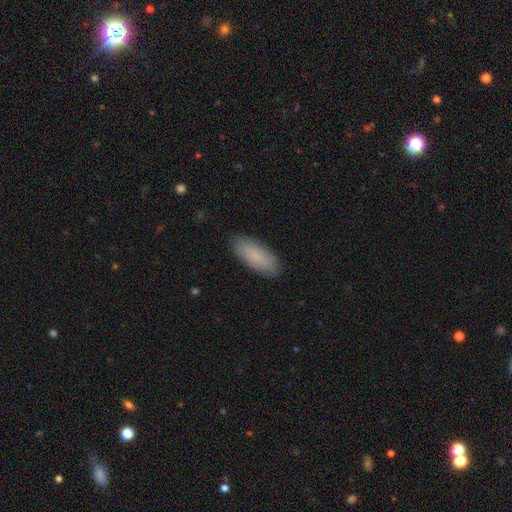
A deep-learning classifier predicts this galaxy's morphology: Q: Smooth or featured?
A: smooth (85%); runner-up: featured or disk (9%)
Q: How rounded?
A: in between (75%); runner-up: cigar-shaped (23%)
Q: Merging?
A: none (88%); runner-up: minor disturbance (9%)